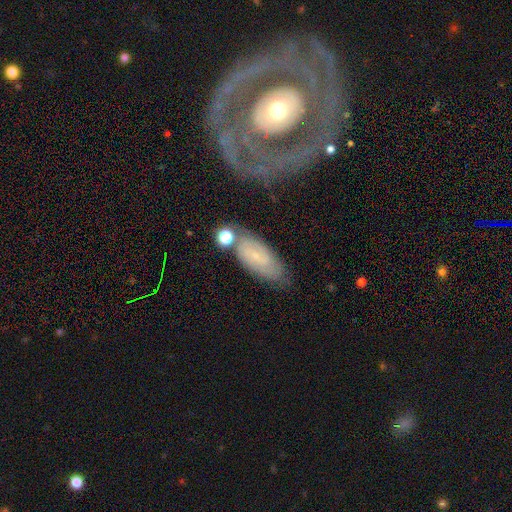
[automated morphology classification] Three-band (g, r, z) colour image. It shows a featured or disk galaxy (51%). Merging: none (66%).